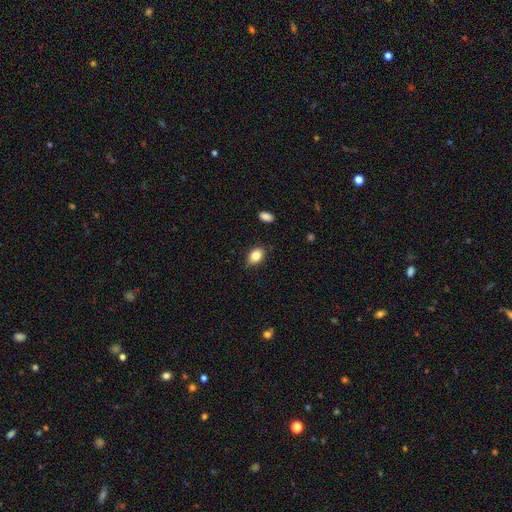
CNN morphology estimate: A smooth galaxy with no disk features (83%) that is in between round and cigar-shaped (77%).

Vote fractions:
- Smooth or featured? smooth: 83% / star or artifact: 9% / featured or disk: 8%
- How rounded? in between: 77% / round: 22% / cigar-shaped: 1%
- Merging? none: 81% / minor disturbance: 15% / major disturbance: 2% / merger: 2%